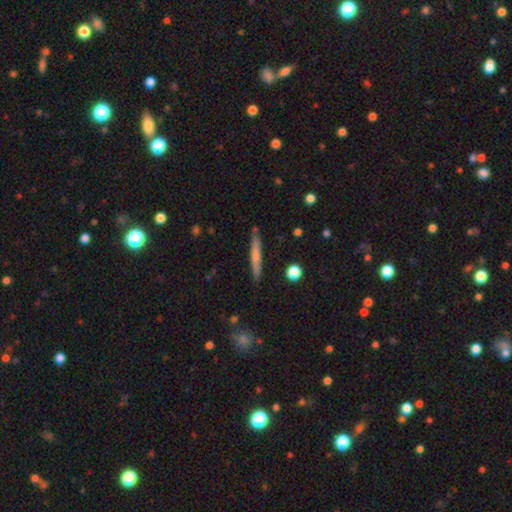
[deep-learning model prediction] The model was most divided on "smooth or featured": smooth: 58%, featured or disk: 36%, star or artifact: 6%. More confident: how rounded — cigar-shaped (95%); merging — none (86%).